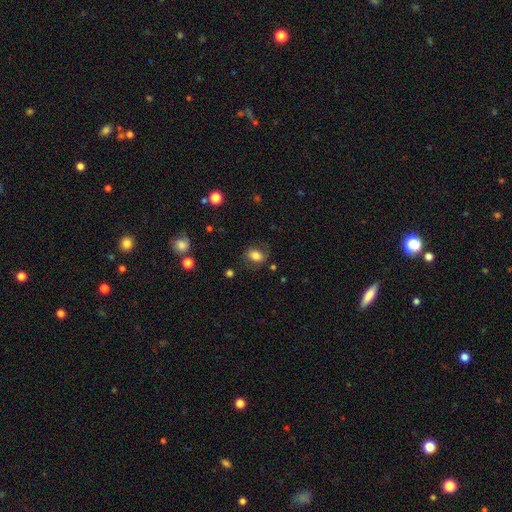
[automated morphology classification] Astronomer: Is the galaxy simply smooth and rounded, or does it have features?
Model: smooth — 74%.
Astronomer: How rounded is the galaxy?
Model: in between — 68%.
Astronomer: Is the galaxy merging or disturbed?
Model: none — 71%.